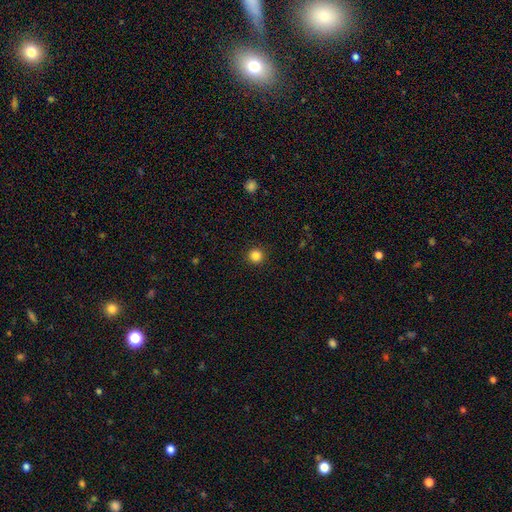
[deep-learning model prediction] Overall: smooth (84%). How rounded: round (96%). Merging: none (93%).